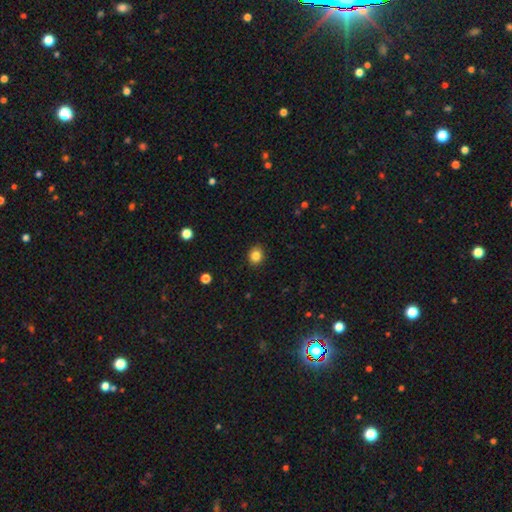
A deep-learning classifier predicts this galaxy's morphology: Q: Smooth or featured?
A: smooth (84%); runner-up: star or artifact (11%)
Q: How rounded?
A: round (72%); runner-up: in between (28%)
Q: Merging?
A: none (90%); runner-up: minor disturbance (7%)